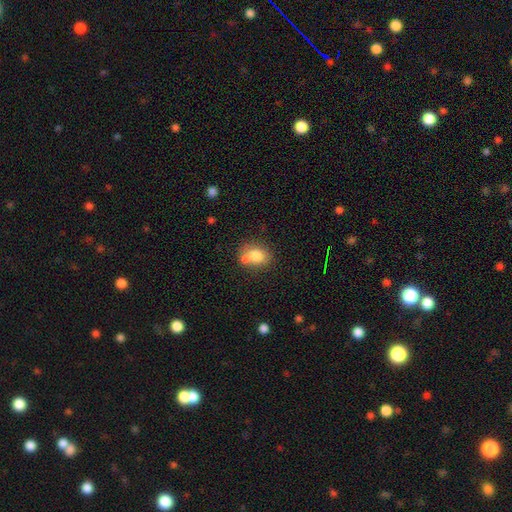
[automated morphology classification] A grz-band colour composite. It shows a smooth galaxy with no disk features (78%) that is in between round and cigar-shaped (53%). Merging: none (49%).